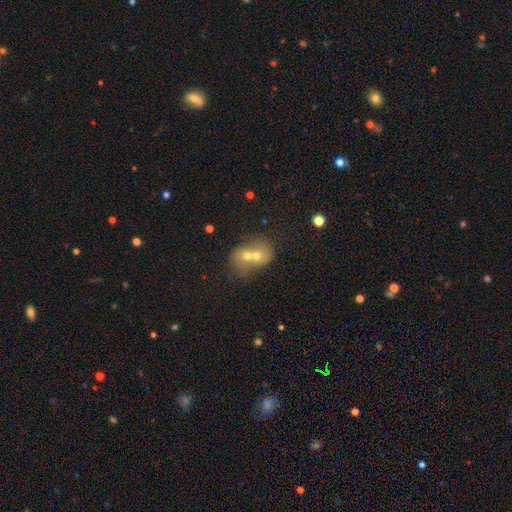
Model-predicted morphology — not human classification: A smooth galaxy with no disk features (55%) that is round (56%).

Vote fractions:
- Smooth or featured? smooth: 55% / featured or disk: 31% / star or artifact: 14%
- How rounded? round: 56% / in between: 43% / cigar-shaped: 1%
- Merging? merger: 75% / none: 17% / minor disturbance: 5% / major disturbance: 3%